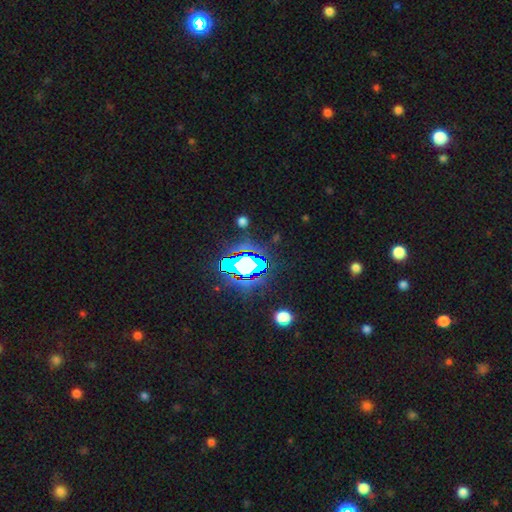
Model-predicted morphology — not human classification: This is likely a star or artifact rather than a galaxy (79%).